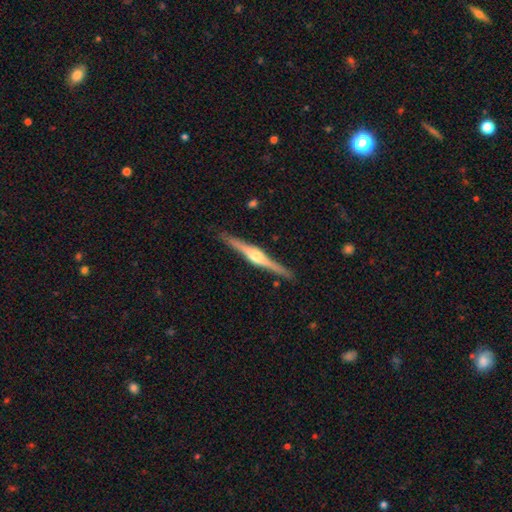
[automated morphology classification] Smooth or featured: featured or disk — 82% (smooth — 13%)
Edge-on disk: yes — 99% (no — 1%)
Edge-on bulge: rounded — 92% (boxy — 6%)
Merging: none — 90% (minor disturbance — 7%)